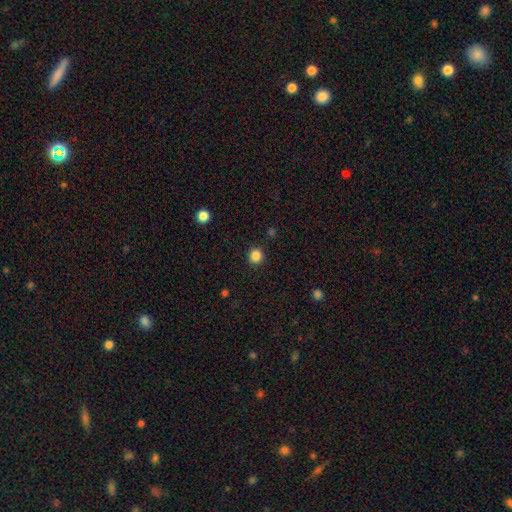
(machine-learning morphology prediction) A smooth galaxy with no disk features (85%) that is round (91%). Merging: none (91%).